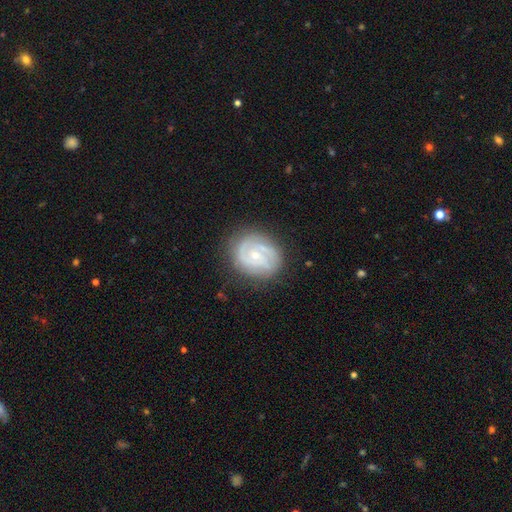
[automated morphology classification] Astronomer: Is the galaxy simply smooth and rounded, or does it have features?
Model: featured or disk — 80%.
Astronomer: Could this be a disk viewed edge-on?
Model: no — 98%.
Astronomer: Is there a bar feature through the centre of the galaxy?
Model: no — 68%.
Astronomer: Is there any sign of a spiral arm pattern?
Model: yes — 92%.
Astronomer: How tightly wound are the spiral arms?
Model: tight — 60%.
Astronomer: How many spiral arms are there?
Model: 2 — 37% (runner-up: 3, 25%).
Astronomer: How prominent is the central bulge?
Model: small — 67%.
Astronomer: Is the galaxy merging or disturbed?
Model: none — 77%.